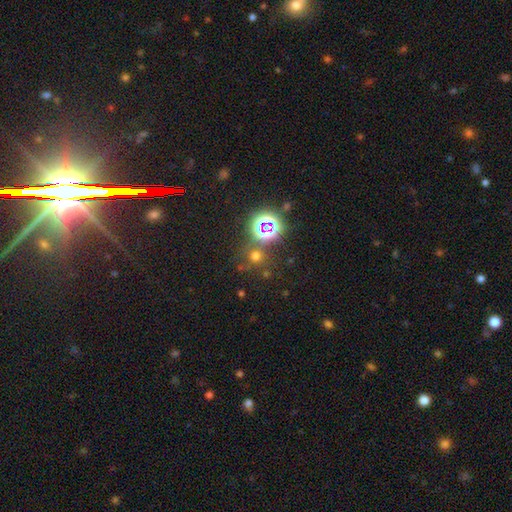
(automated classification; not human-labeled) Smooth or featured?
  - smooth: 53% *
  - star or artifact: 39%
  - featured or disk: 8%
How rounded?
  - round: 90% *
  - in between: 9%
  - cigar-shaped: 1%
Merging?
  - none: 73% *
  - merger: 12%
  - minor disturbance: 10%
  - major disturbance: 5%